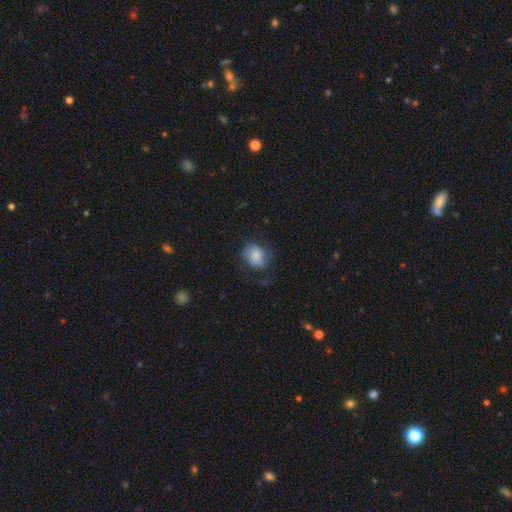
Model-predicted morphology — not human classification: A smooth galaxy with no disk features (79%) that is in between round and cigar-shaped (64%). Merging: none (56%).